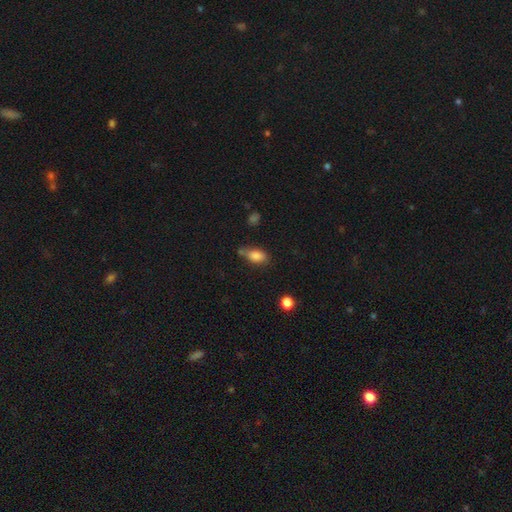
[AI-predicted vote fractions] This is clearly a smooth galaxy (82%). How rounded: clearly in between (86%). Merging: possibly none (53%).